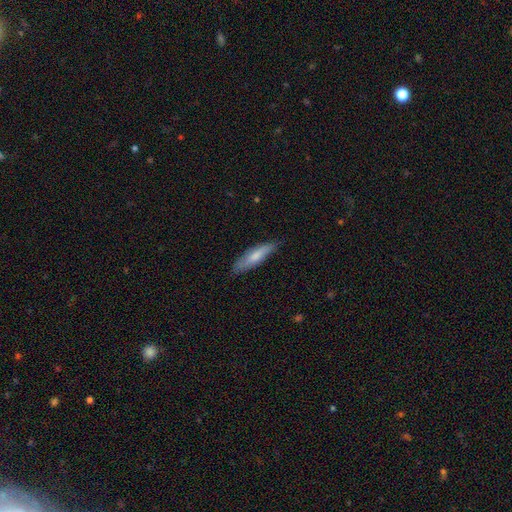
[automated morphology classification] Smooth or featured? Predicted: smooth (p=0.70). How rounded? Predicted: cigar-shaped (p=0.73). Merging? Predicted: none (p=0.81).